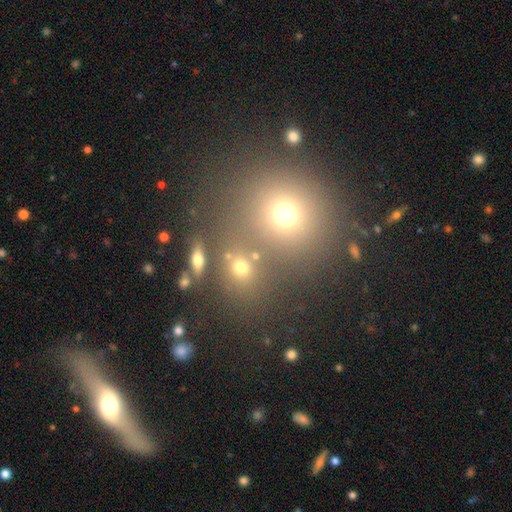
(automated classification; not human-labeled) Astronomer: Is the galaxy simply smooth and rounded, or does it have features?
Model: smooth — 57%.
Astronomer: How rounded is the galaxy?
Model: round — 86%.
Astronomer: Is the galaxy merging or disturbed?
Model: none — 63%.